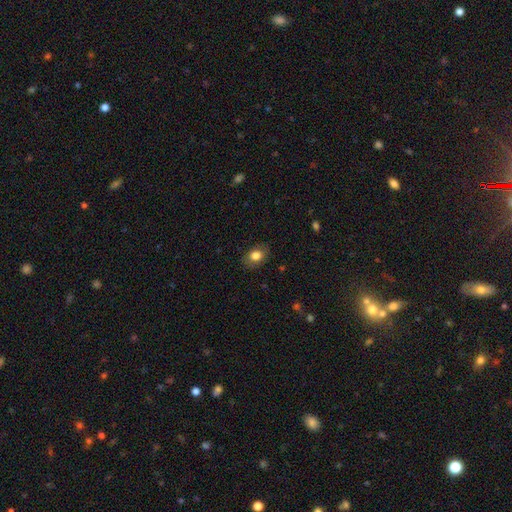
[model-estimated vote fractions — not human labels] This appears to be a smooth galaxy with no disk features (81%) that is in between round and cigar-shaped (70%). Merging: none (83%).